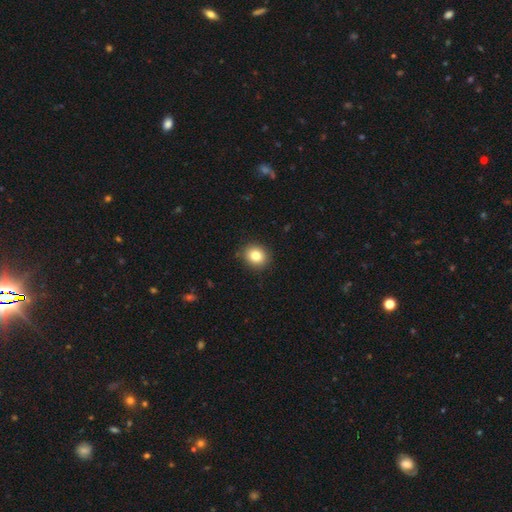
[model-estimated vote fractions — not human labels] A smooth galaxy with no disk features (82%) that is round (77%).

Vote fractions:
- Smooth or featured? smooth: 82% / star or artifact: 10% / featured or disk: 8%
- How rounded? round: 77% / in between: 22% / cigar-shaped: 1%
- Merging? none: 90% / minor disturbance: 7% / major disturbance: 2% / merger: 1%